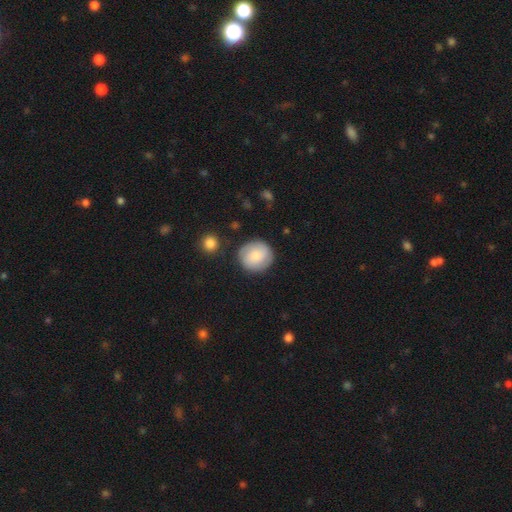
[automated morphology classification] smooth 69%, featured or disk 25%, star or artifact 7%. Down the decision tree: how rounded — round (90%); merging — none (83%).